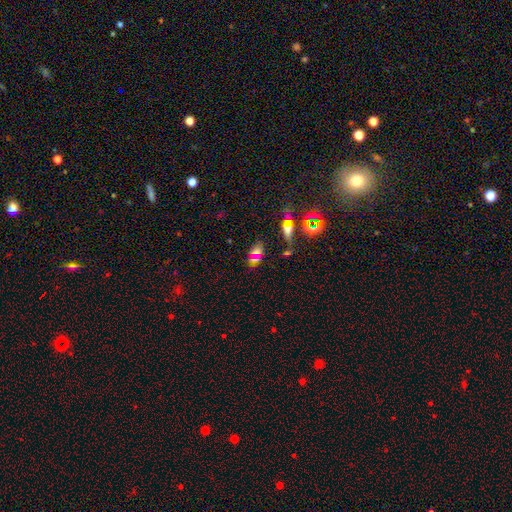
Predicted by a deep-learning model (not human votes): smooth 50%, star or artifact 28%, featured or disk 22%. Down the decision tree: merging — none (54%).